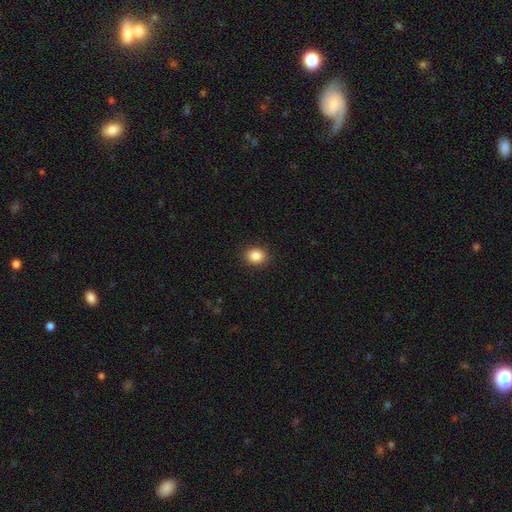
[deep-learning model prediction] Overall: smooth (87%). How rounded: round (64%; in between 35%). Merging: none (90%).